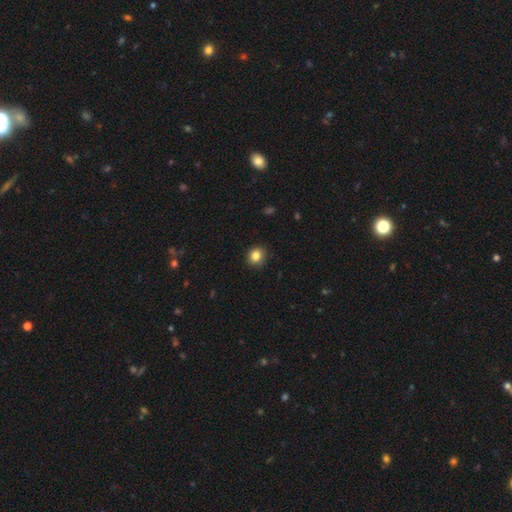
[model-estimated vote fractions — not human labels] A smooth galaxy with no disk features (85%) that is round (79%). Merging: none (88%).